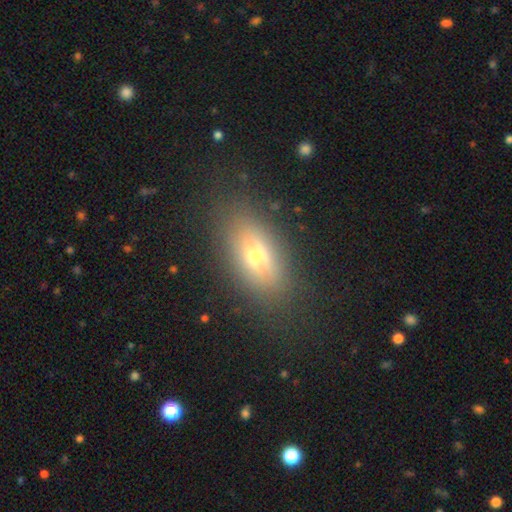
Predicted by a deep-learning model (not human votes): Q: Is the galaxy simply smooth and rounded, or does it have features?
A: smooth — 61%.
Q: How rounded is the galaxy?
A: in between — 81%.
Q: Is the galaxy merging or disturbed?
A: none — 81%.